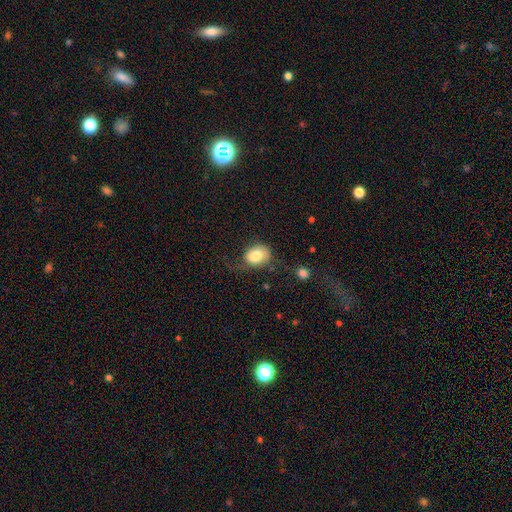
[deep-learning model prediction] smooth_or_featured: smooth (p=0.80) [alt: featured or disk p=0.13]
how_rounded: in between (p=0.52) [alt: round p=0.48]
merging: none (p=0.45) [alt: minor disturbance p=0.28]